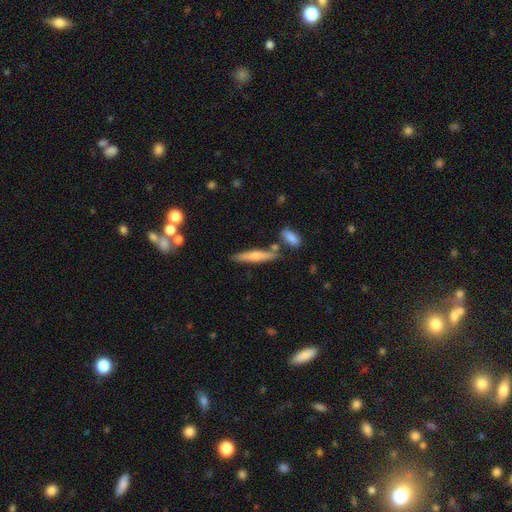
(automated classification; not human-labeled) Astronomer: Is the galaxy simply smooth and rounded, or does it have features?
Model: smooth — 57% (runner-up: featured or disk, 37%).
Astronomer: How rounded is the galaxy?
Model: cigar-shaped — 89%.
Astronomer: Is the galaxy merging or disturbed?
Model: none — 77%.